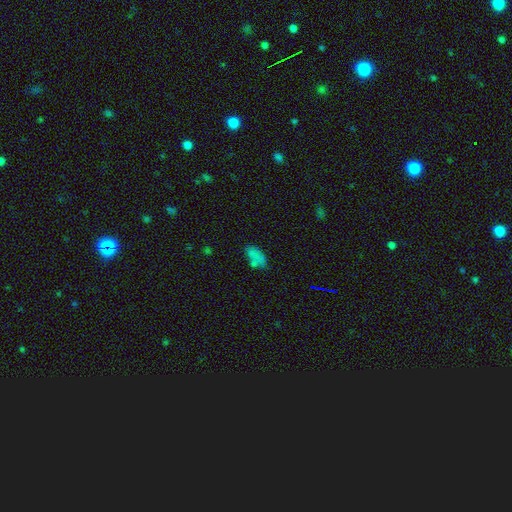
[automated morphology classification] Smooth or featured? smooth (73%)
How rounded? in between (89%)
Merging? none (55%)